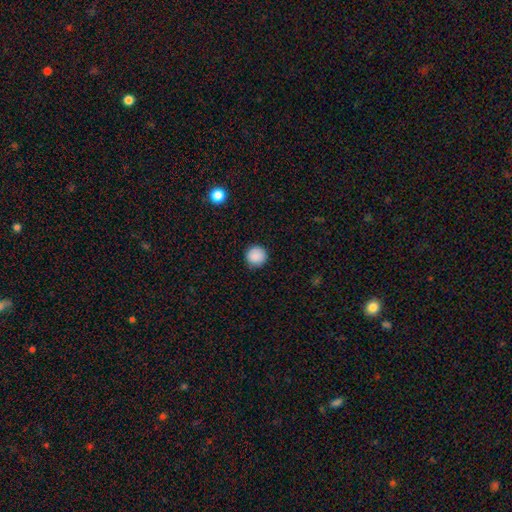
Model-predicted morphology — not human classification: smooth_or_featured: smooth (p=0.89) [alt: star or artifact p=0.09]
how_rounded: round (p=0.96) [alt: in between p=0.03]
merging: none (p=0.92) [alt: minor disturbance p=0.06]